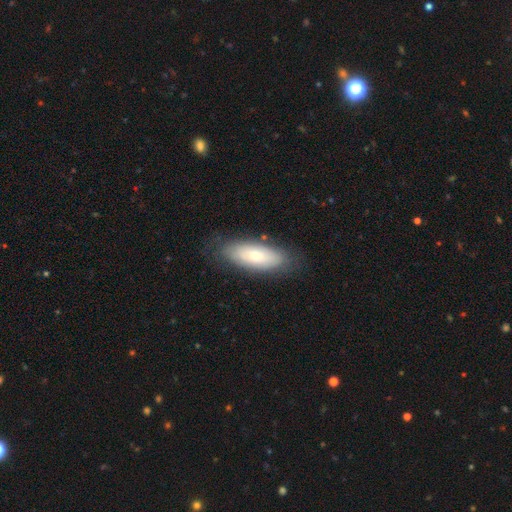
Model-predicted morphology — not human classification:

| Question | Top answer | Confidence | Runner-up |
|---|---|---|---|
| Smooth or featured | smooth | 69% | featured or disk (25%) |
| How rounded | in between | 76% | cigar-shaped (22%) |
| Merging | none | 78% | minor disturbance (16%) |